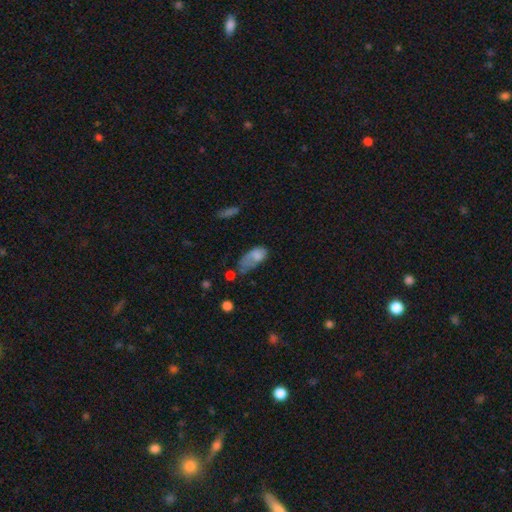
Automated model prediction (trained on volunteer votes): Smooth or featured?
  - smooth: 69% *
  - featured or disk: 22%
  - star or artifact: 9%
How rounded?
  - in between: 89% *
  - cigar-shaped: 7%
  - round: 4%
Merging?
  - major disturbance: 36% *
  - minor disturbance: 30%
  - none: 22%
  - merger: 12%